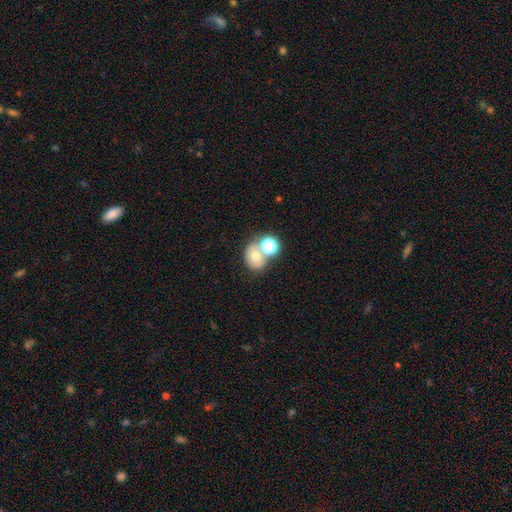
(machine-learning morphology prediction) The model was most divided on "merging": merger: 44%, none: 41%, minor disturbance: 10%, major disturbance: 5%. More confident: smooth or featured — smooth (64%); how rounded — round (53%).